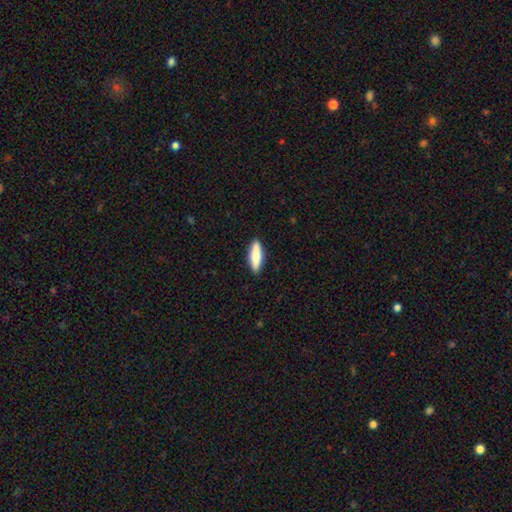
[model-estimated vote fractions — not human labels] This appears to be a smooth galaxy with no disk features (80%) that is cigar-shaped (58%). Merging: none (90%).